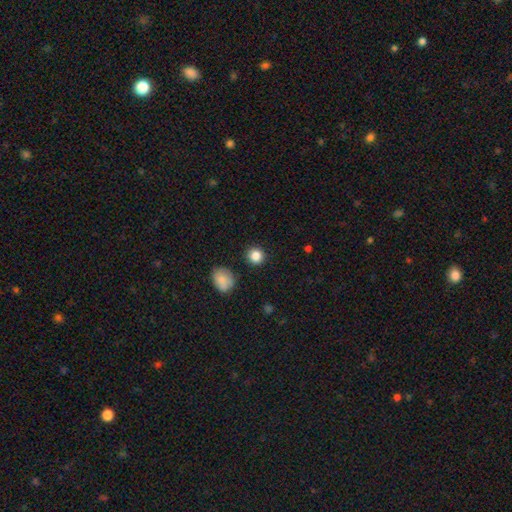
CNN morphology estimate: type=smooth (85%); roundness=round (92%); merging=none (90%).